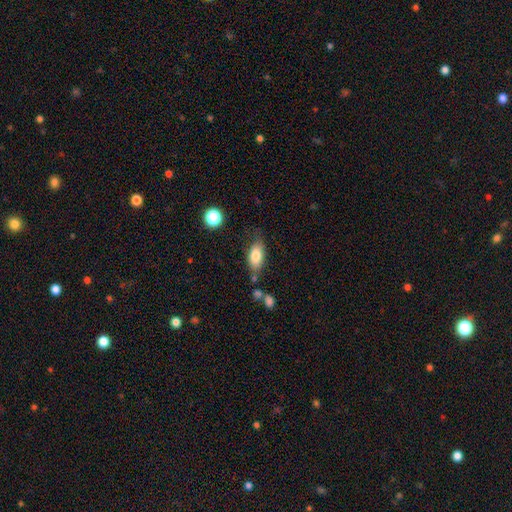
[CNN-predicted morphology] Smooth or featured?
  - smooth: 81% *
  - featured or disk: 12%
  - star or artifact: 7%
How rounded?
  - in between: 88% *
  - cigar-shaped: 7%
  - round: 5%
Merging?
  - none: 66% *
  - minor disturbance: 21%
  - merger: 6%
  - major disturbance: 6%